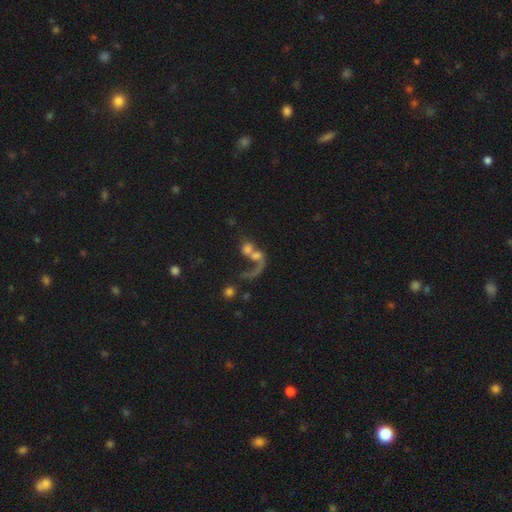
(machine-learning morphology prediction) featured or disk 49%, smooth 38%, star or artifact 13%. Down the decision tree: merging — merger (61%).